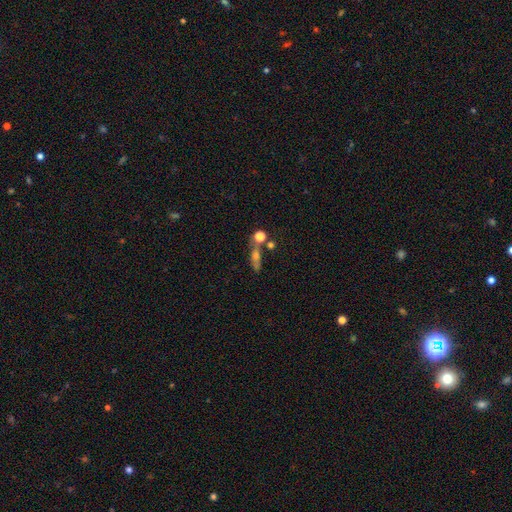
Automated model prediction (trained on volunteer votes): This is marginally a smooth galaxy (44%). Merging: possibly none (53%).